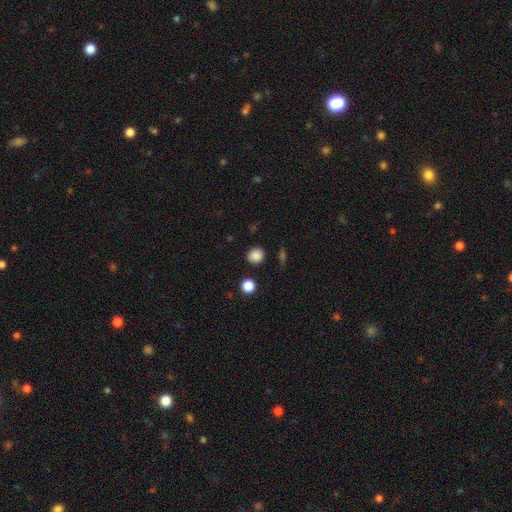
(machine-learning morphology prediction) smooth_or_featured: smooth (p=0.85) [alt: star or artifact p=0.11]
how_rounded: round (p=0.86) [alt: in between p=0.13]
merging: none (p=0.88) [alt: minor disturbance p=0.07]